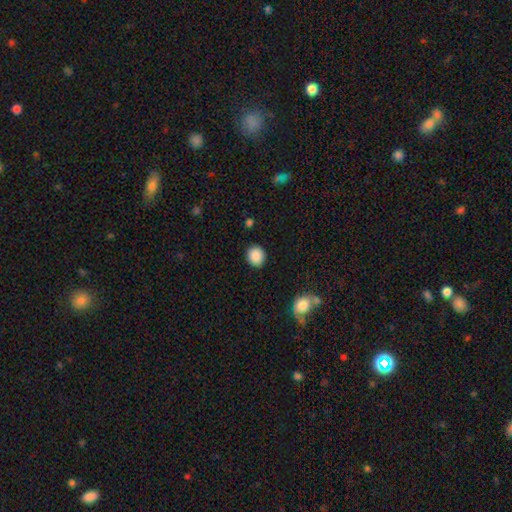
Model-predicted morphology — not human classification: Smooth or featured? smooth (88%)
How rounded? round (80%)
Merging? none (89%)